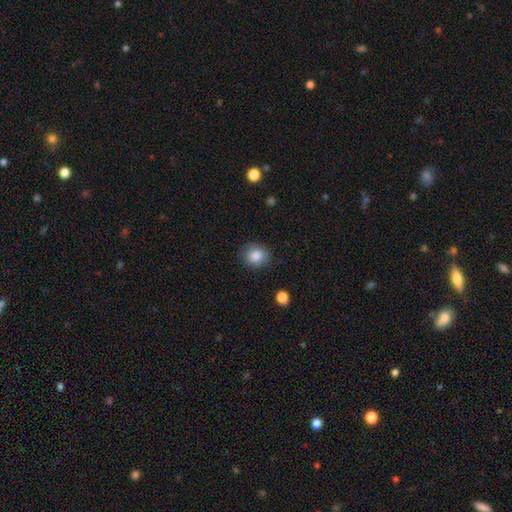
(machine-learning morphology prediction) smooth-or-featured: smooth: 86% | star or artifact: 9% | featured or disk: 5%
  how-rounded: round: 80% | in between: 19% | cigar-shaped: 1%
  merging: none: 84% | minor disturbance: 12% | major disturbance: 3% | merger: 1%